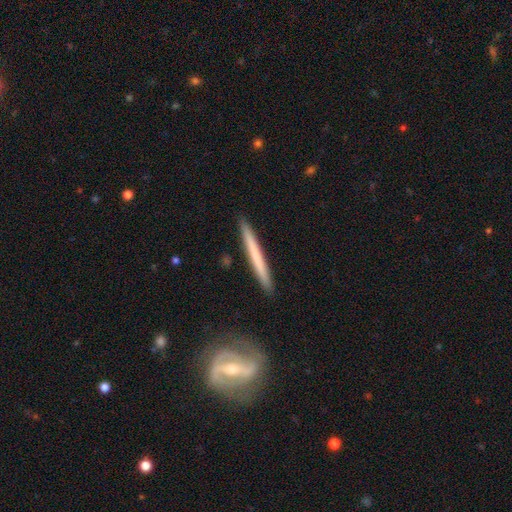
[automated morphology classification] smooth-or-featured: smooth: 54% | featured or disk: 41% | star or artifact: 5%
  how-rounded: cigar-shaped: 97% | in between: 2% | round: 1%
  merging: none: 90% | minor disturbance: 6% | merger: 2% | major disturbance: 1%